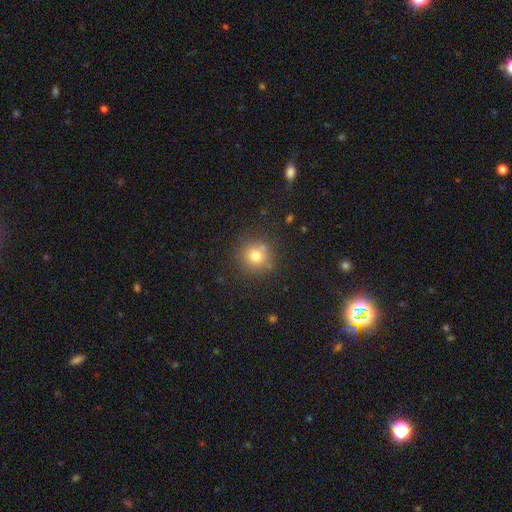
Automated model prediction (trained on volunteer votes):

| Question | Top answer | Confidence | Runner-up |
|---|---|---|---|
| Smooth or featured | smooth | 74% | star or artifact (16%) |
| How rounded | round | 90% | in between (9%) |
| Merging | none | 79% | minor disturbance (10%) |